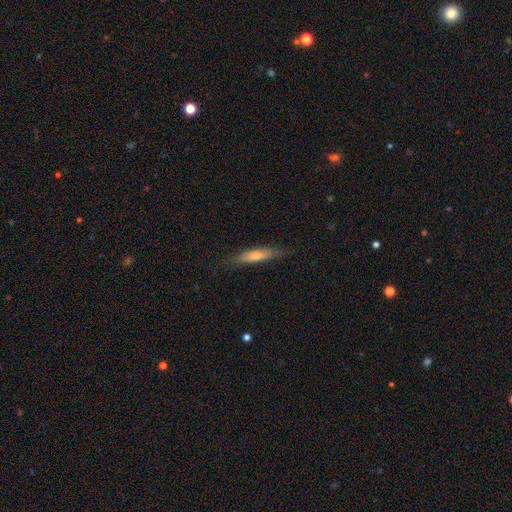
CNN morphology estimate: smooth-or-featured: smooth: 68% | featured or disk: 26% | star or artifact: 6%
  how-rounded: cigar-shaped: 79% | in between: 19% | round: 2%
  merging: none: 78% | minor disturbance: 17% | major disturbance: 4% | merger: 1%